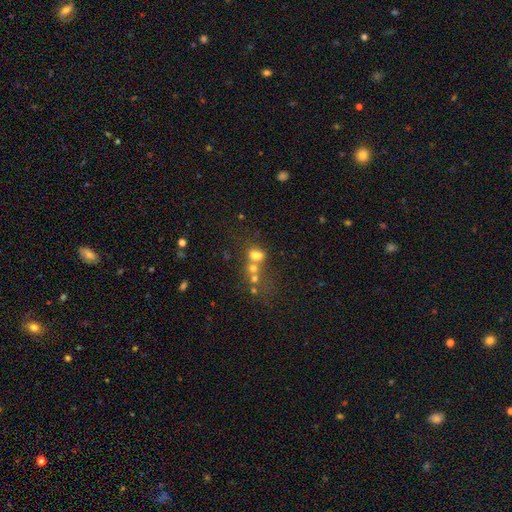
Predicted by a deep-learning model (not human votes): Smooth or featured: smooth — 63% (featured or disk — 19%)
How rounded: in between — 64% (round — 33%)
Merging: merger — 51% (none — 32%)